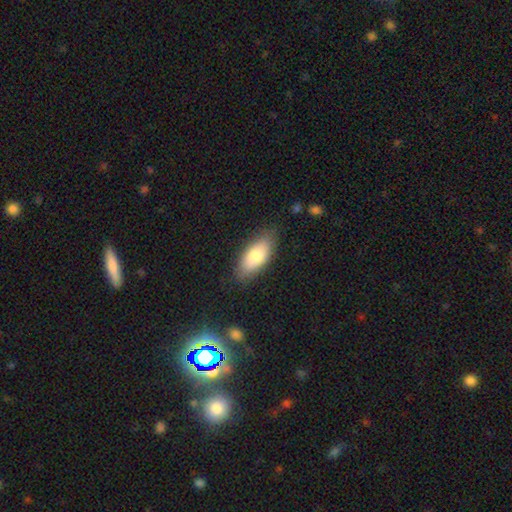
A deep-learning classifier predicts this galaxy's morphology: A smooth galaxy with no disk features (77%) that is in between round and cigar-shaped (87%). Merging: none (81%).